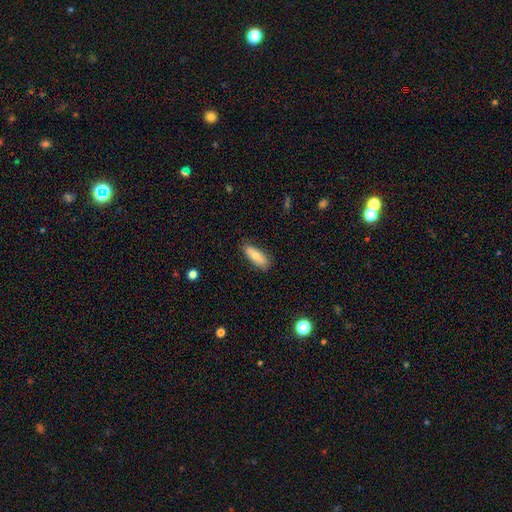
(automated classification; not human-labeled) Smooth or featured? Predicted: smooth (p=0.73). How rounded? Predicted: in between (p=0.69). Merging? Predicted: none (p=0.83).